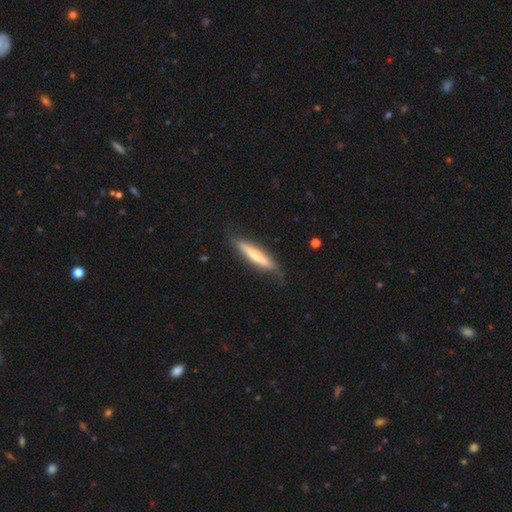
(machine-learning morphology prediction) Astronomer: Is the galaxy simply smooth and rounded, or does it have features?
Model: smooth — 51% (runner-up: featured or disk, 44%).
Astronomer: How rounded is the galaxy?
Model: cigar-shaped — 90%.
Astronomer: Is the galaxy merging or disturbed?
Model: none — 73%.